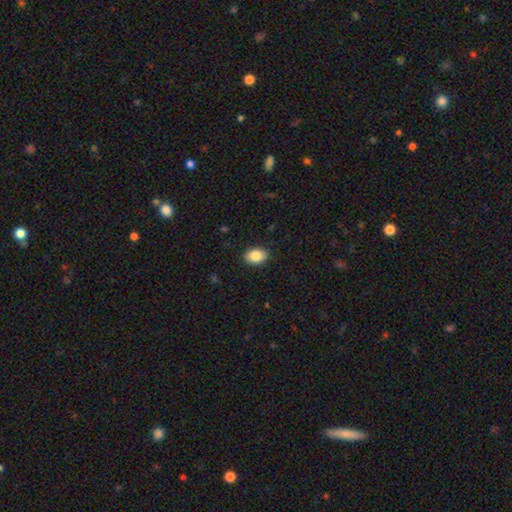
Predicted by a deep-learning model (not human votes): Morphology: type=smooth (87%); roundness=in between (80%); merging=none (89%).